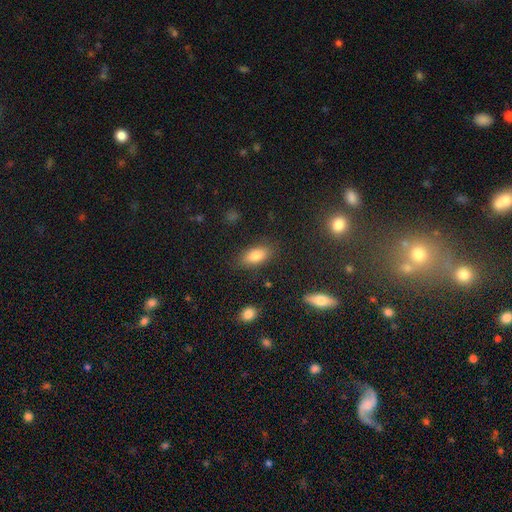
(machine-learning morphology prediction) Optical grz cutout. It shows a smooth galaxy with no disk features (81%) that is in between round and cigar-shaped (86%). Merging: none (83%).